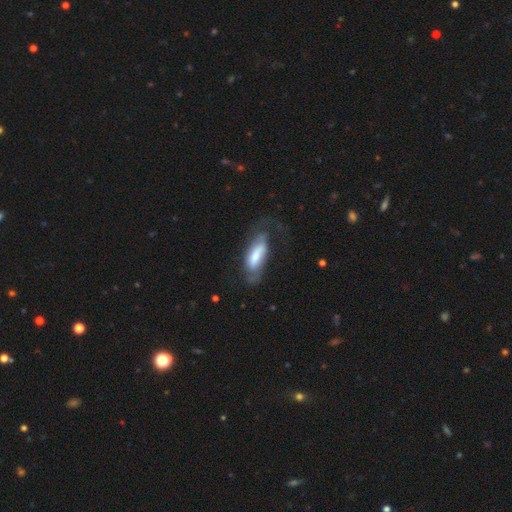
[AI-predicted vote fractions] This is possibly a smooth galaxy (57%). How rounded: likely in between (72%). Merging: marginally none (39%).